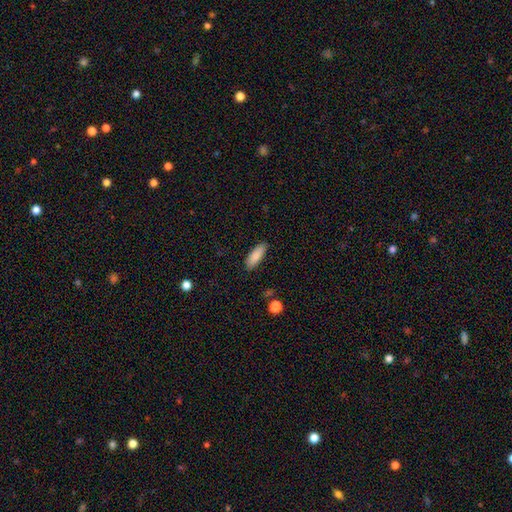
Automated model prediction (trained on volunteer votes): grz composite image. It shows a smooth galaxy with no disk features (86%) that is in between round and cigar-shaped (61%). Merging: none (87%).